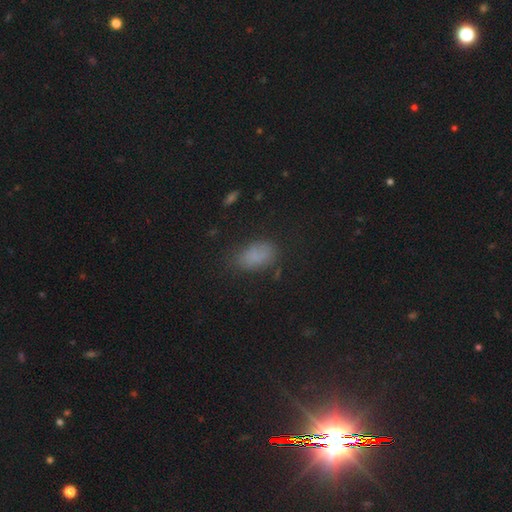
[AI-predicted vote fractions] smooth 76%, star or artifact 14%, featured or disk 10%. Down the decision tree: how rounded — in between (89%); merging — none (65%).